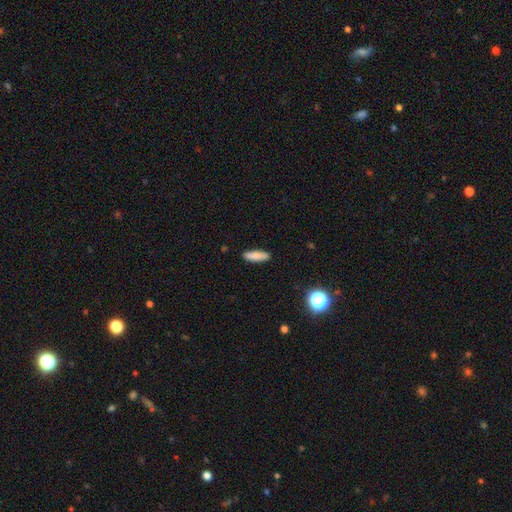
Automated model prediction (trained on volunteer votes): A smooth galaxy with no disk features (83%) that is cigar-shaped (58%). Merging: none (87%).